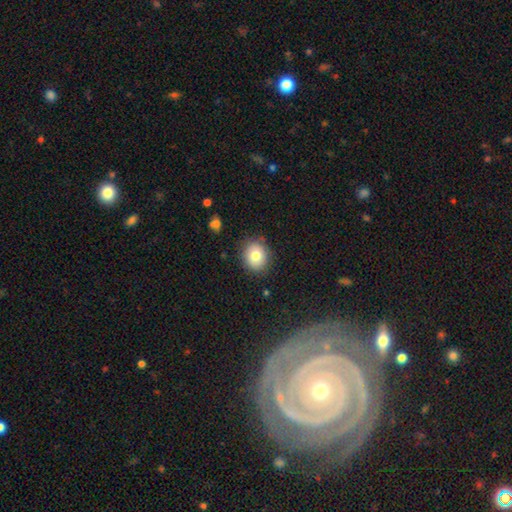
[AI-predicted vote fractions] Q: Smooth or featured?
A: smooth (79%); runner-up: featured or disk (12%)
Q: How rounded?
A: round (71%); runner-up: in between (28%)
Q: Merging?
A: none (86%); runner-up: minor disturbance (10%)